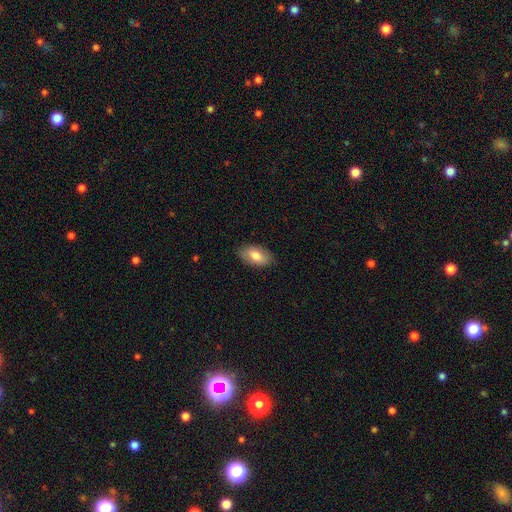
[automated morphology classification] This appears to be a smooth galaxy with no disk features (73%) that is in between round and cigar-shaped (92%). Merging: none (83%).